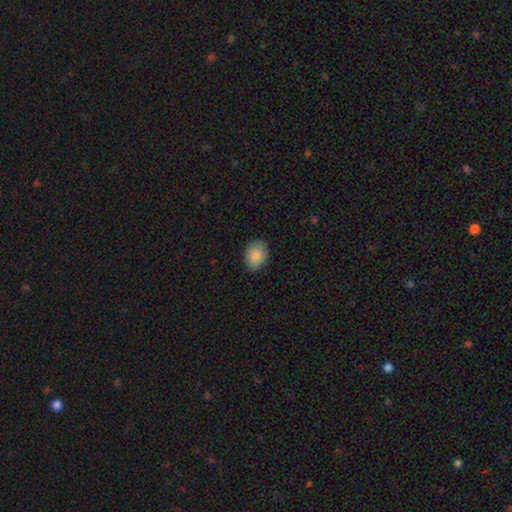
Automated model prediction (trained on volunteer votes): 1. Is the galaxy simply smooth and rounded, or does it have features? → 87% smooth, 7% star or artifact, 6% featured or disk.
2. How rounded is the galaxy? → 76% in between, 23% round, 1% cigar-shaped.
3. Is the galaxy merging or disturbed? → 87% none, 10% minor disturbance, 2% major disturbance, 1% merger.